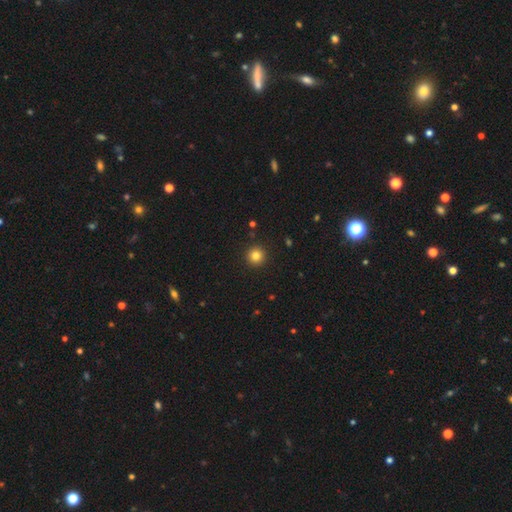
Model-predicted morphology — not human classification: smooth-or-featured: smooth: 82% | star or artifact: 12% | featured or disk: 6%
  how-rounded: round: 96% | in between: 3% | cigar-shaped: 1%
  merging: none: 93% | minor disturbance: 5% | major disturbance: 2% | merger: 1%